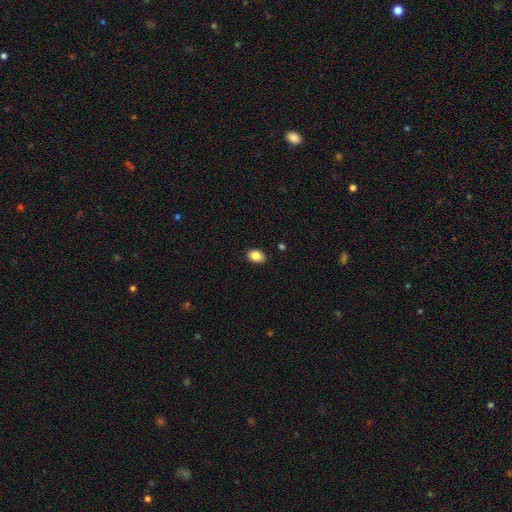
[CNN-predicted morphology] smooth-or-featured: smooth: 85% | star or artifact: 9% | featured or disk: 6%
  how-rounded: in between: 76% | round: 23% | cigar-shaped: 1%
  merging: none: 87% | minor disturbance: 10% | major disturbance: 2% | merger: 1%